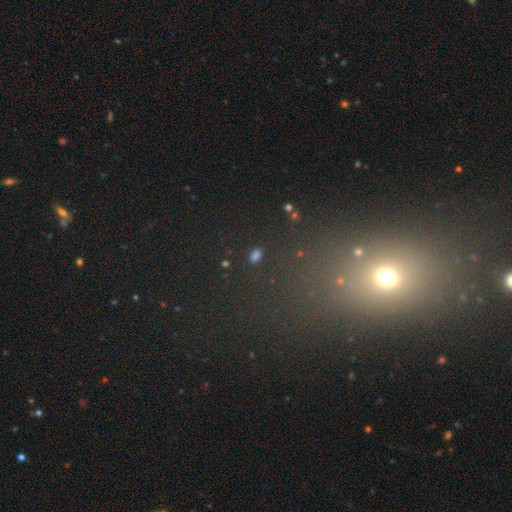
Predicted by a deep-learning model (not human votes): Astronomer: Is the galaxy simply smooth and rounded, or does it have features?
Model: star or artifact — 52% (runner-up: smooth, 36%).